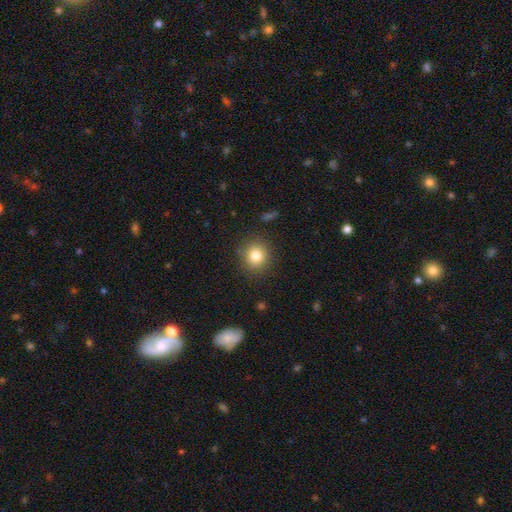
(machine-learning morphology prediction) A smooth galaxy with no disk features (82%) that is round (85%).

Vote fractions:
- Smooth or featured? smooth: 82% / star or artifact: 11% / featured or disk: 7%
- How rounded? round: 85% / in between: 14% / cigar-shaped: 1%
- Merging? none: 87% / minor disturbance: 9% / major disturbance: 3% / merger: 1%